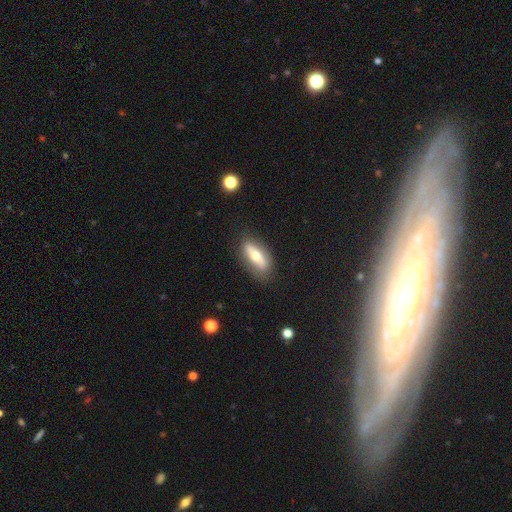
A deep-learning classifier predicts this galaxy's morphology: Smooth or featured?
  - smooth: 51% *
  - featured or disk: 42%
  - star or artifact: 7%
How rounded?
  - in between: 74% *
  - cigar-shaped: 22%
  - round: 4%
Merging?
  - none: 80% *
  - minor disturbance: 14%
  - major disturbance: 4%
  - merger: 2%